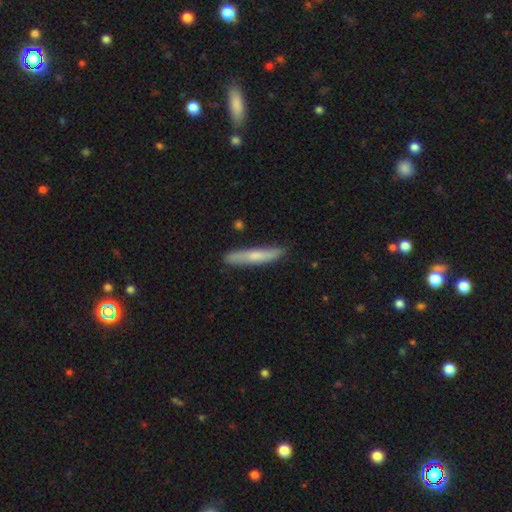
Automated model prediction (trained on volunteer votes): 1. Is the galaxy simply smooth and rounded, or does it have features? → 64% smooth, 30% featured or disk, 5% star or artifact.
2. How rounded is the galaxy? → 92% cigar-shaped, 7% in between, 1% round.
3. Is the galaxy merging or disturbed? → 84% none, 13% minor disturbance, 2% major disturbance, 2% merger.